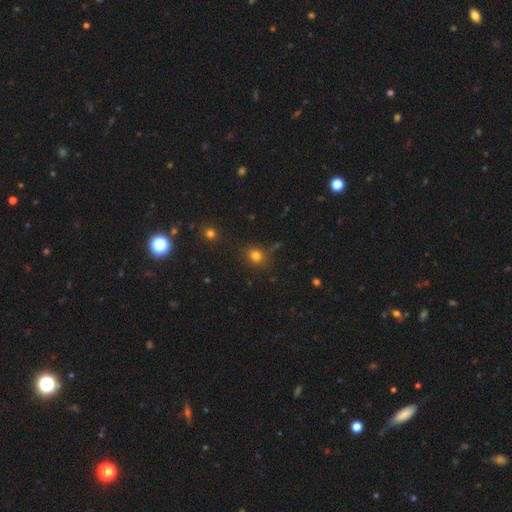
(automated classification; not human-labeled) smooth_or_featured: smooth (p=0.77) [alt: star or artifact p=0.17]
how_rounded: round (p=0.79) [alt: in between p=0.20]
merging: none (p=0.81) [alt: minor disturbance p=0.12]